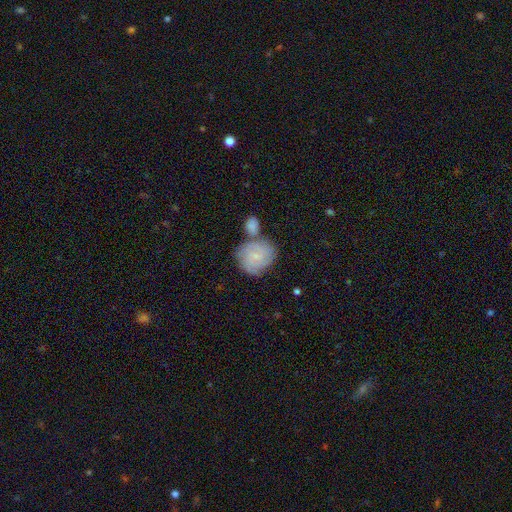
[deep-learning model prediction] Morphology: type=featured or disk (62%); edge-on=no (98%); bar=no (60%); spiral arms=yes (92%); winding=tight (64%); arm count=can't tell (30%); bulge=small (71%); merging=none (51%).